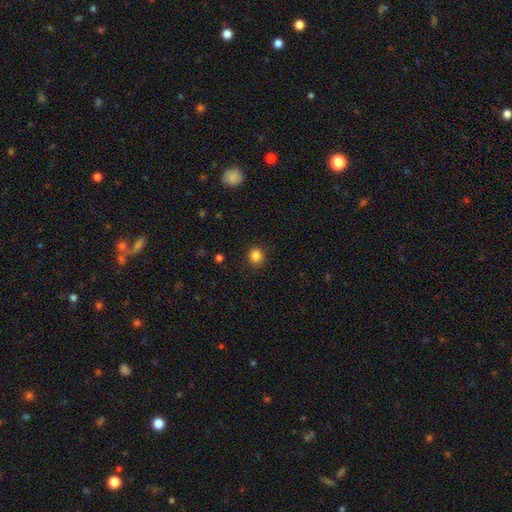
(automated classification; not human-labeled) Q: Smooth or featured?
A: smooth (85%); runner-up: star or artifact (12%)
Q: How rounded?
A: round (90%); runner-up: in between (9%)
Q: Merging?
A: none (90%); runner-up: minor disturbance (6%)